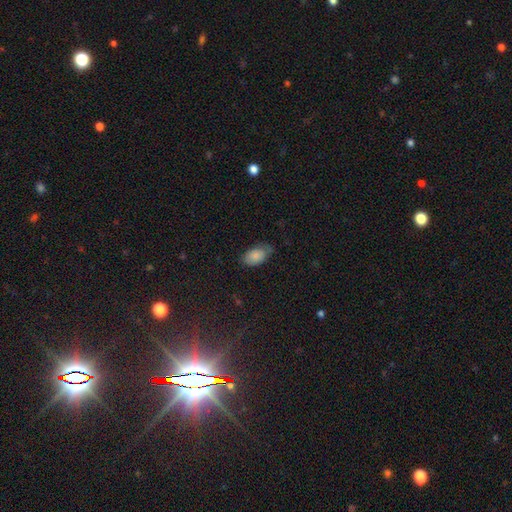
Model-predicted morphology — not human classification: This appears to be a smooth galaxy with no disk features (85%) that is in between round and cigar-shaped (94%). Merging: none (62%).